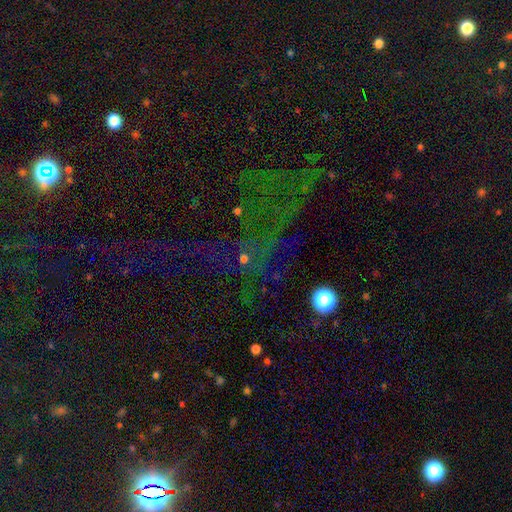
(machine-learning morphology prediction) Smooth or featured? Predicted: star or artifact (p=0.74).